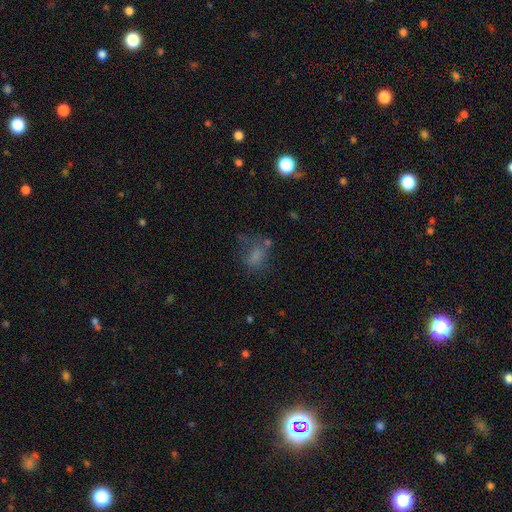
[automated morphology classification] The model was most divided on "merging": none: 40%, major disturbance: 28%, minor disturbance: 22%, merger: 10%. More confident: how rounded — in between (68%); smooth or featured — smooth (62%).